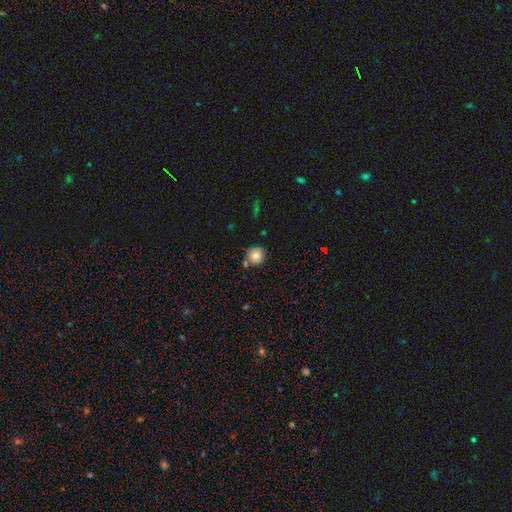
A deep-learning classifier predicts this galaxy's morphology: Q: Smooth or featured?
A: smooth (79%); runner-up: featured or disk (11%)
Q: How rounded?
A: round (91%); runner-up: in between (8%)
Q: Merging?
A: none (71%); runner-up: minor disturbance (14%)